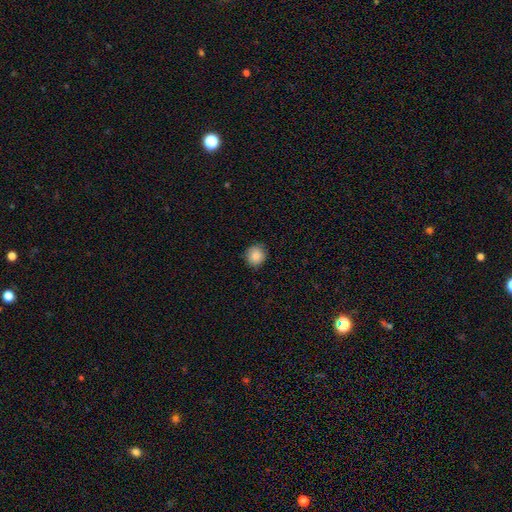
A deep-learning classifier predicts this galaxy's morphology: type=smooth (88%); roundness=round (91%); merging=none (87%).